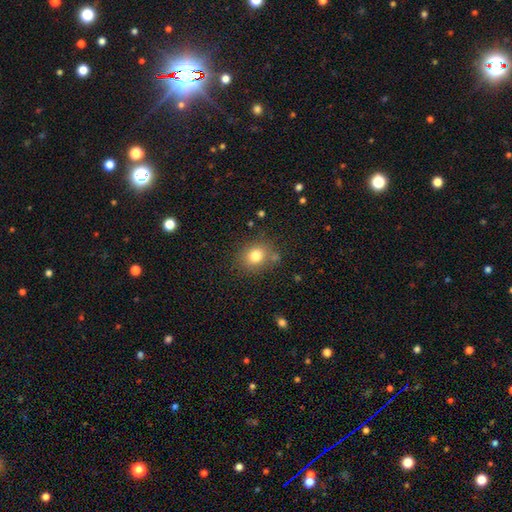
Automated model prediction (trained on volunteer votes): Smooth or featured: smooth — 79% (star or artifact — 12%)
How rounded: round — 66% (in between — 33%)
Merging: none — 79% (minor disturbance — 12%)